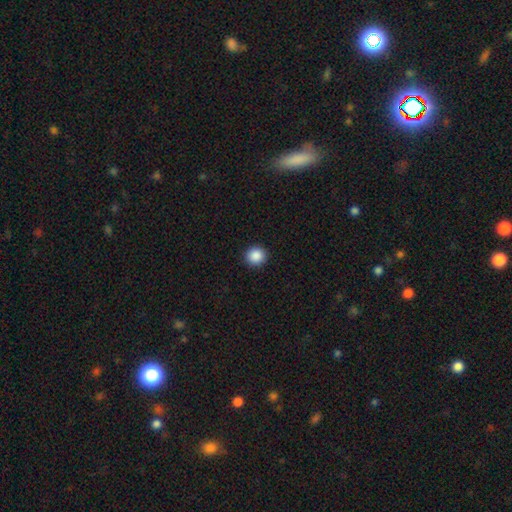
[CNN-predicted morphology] smooth_or_featured: smooth (p=0.88) [alt: star or artifact p=0.09]
how_rounded: round (p=0.92) [alt: in between p=0.07]
merging: none (p=0.93) [alt: minor disturbance p=0.05]